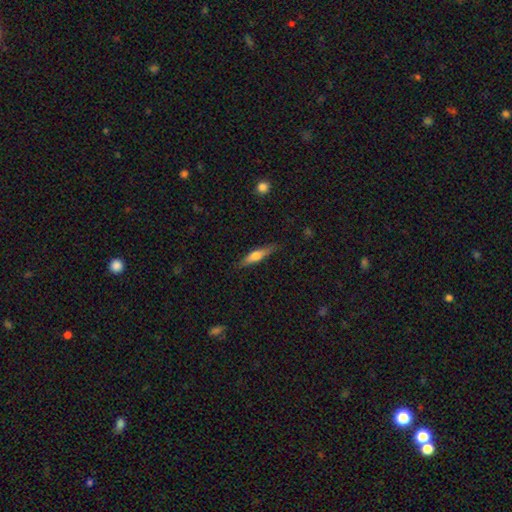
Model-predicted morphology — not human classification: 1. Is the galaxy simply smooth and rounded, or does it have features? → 54% smooth, 40% featured or disk, 6% star or artifact.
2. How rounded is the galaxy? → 79% cigar-shaped, 19% in between, 2% round.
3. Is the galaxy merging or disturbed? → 85% none, 11% minor disturbance, 3% major disturbance, 1% merger.